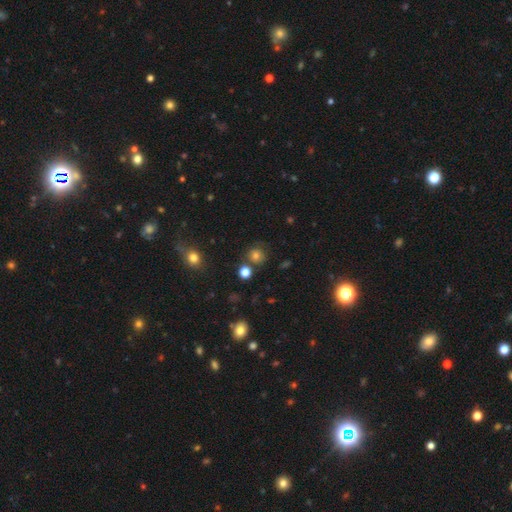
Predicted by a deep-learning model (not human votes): Smooth or featured? smooth (73%)
How rounded? round (87%)
Merging? none (74%)